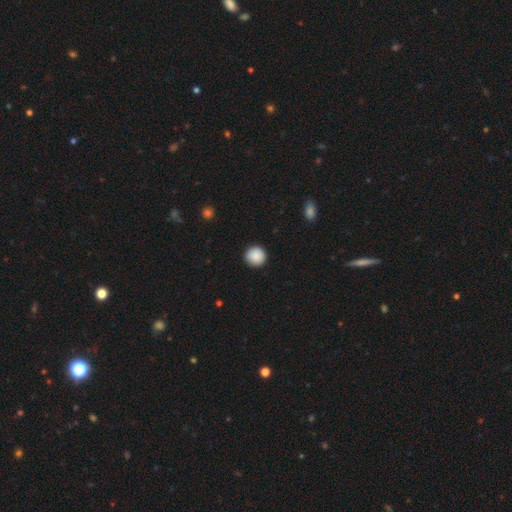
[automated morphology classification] This is clearly a smooth galaxy (89%). How rounded: clearly round (95%). Merging: clearly none (92%).